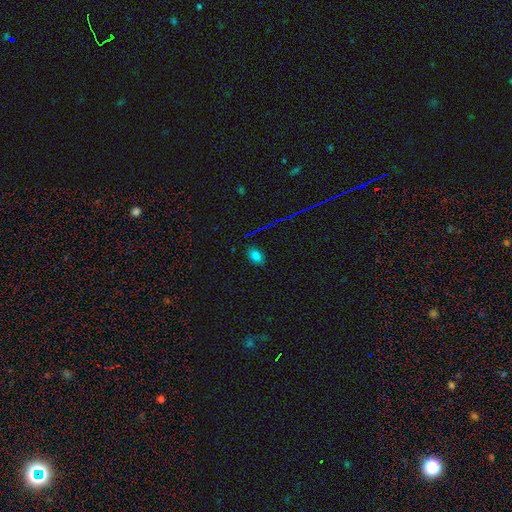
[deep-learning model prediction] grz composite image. It shows a smooth galaxy with no disk features (77%) that is in between round and cigar-shaped (84%). Merging: none (85%).